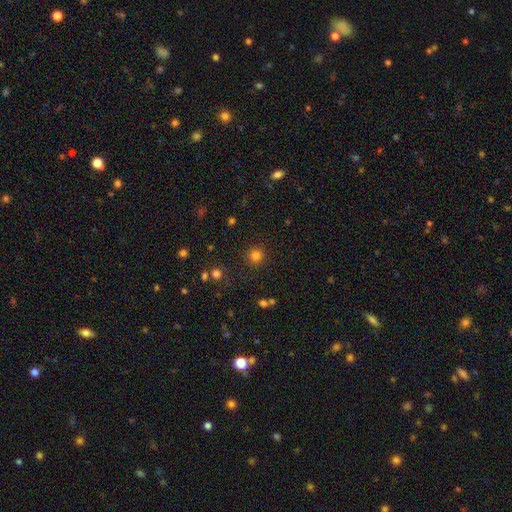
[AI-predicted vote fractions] The model was most divided on "smooth or featured": smooth: 81%, star or artifact: 15%, featured or disk: 5%. More confident: how rounded — round (94%); merging — none (89%).